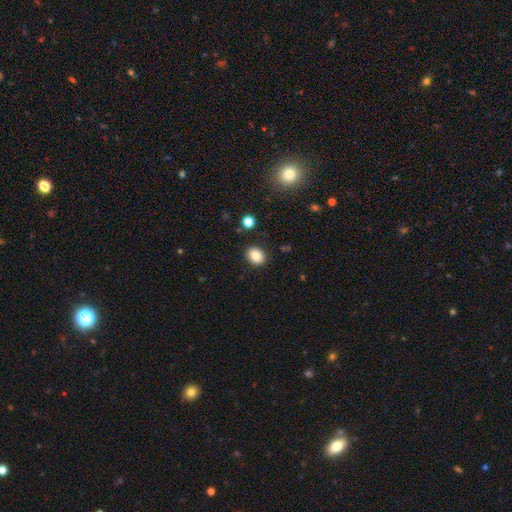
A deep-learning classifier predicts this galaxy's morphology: Q: Smooth or featured?
A: smooth (84%); runner-up: star or artifact (10%)
Q: How rounded?
A: round (51%); runner-up: in between (48%)
Q: Merging?
A: none (89%); runner-up: minor disturbance (7%)